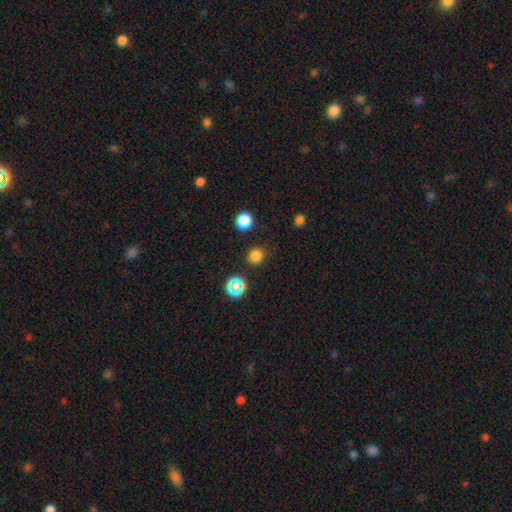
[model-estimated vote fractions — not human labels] This is likely a smooth galaxy (77%). How rounded: clearly round (89%). Merging: clearly none (88%).